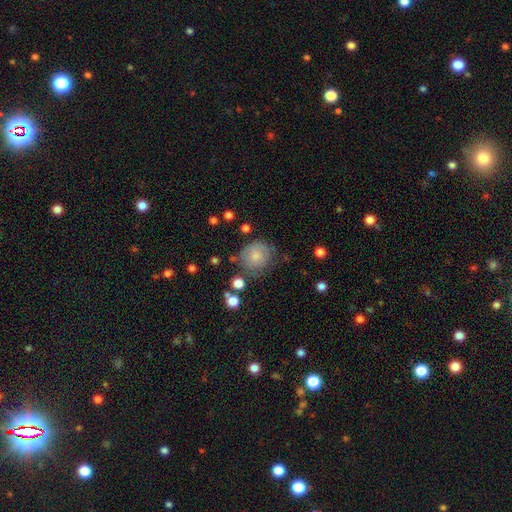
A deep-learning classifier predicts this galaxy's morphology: This appears to be a smooth galaxy with no disk features (76%) that is round (84%). Merging: none (63%).